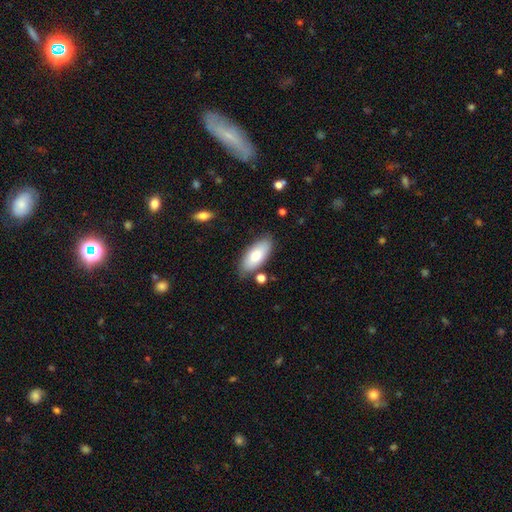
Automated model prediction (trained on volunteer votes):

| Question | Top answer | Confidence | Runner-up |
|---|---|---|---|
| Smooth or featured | smooth | 76% | featured or disk (18%) |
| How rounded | in between | 86% | cigar-shaped (12%) |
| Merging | none | 79% | minor disturbance (14%) |